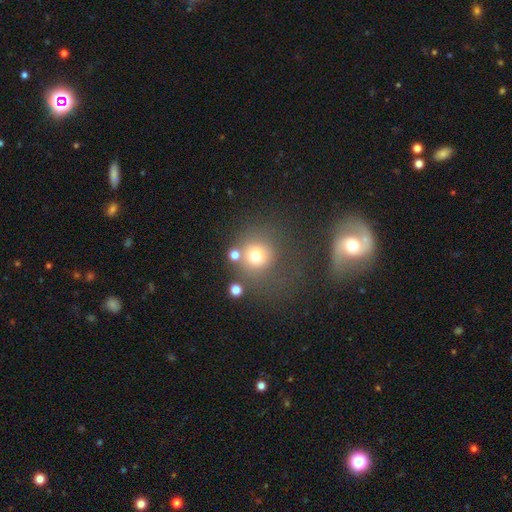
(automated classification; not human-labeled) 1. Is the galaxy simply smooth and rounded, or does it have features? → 71% smooth, 17% star or artifact, 12% featured or disk.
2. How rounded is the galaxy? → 89% round, 10% in between, 1% cigar-shaped.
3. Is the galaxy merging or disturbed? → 60% none, 14% minor disturbance, 14% merger, 13% major disturbance.